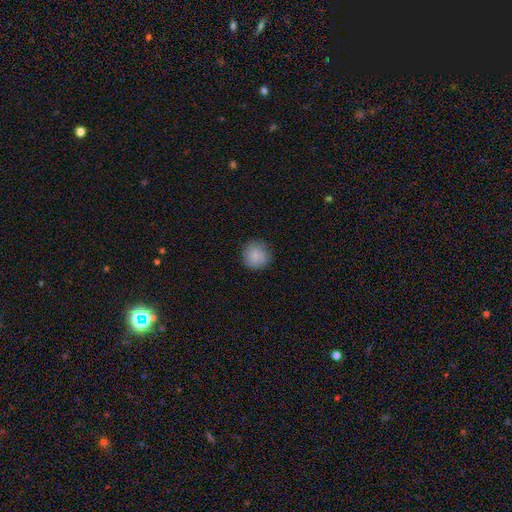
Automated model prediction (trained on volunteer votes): smooth-or-featured: smooth: 85% | featured or disk: 8% | star or artifact: 7%
  how-rounded: round: 93% | in between: 6% | cigar-shaped: 1%
  merging: none: 84% | minor disturbance: 12% | major disturbance: 3% | merger: 1%